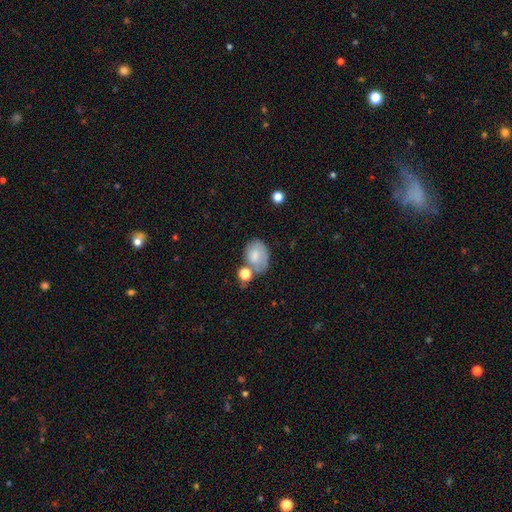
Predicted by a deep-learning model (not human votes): This appears to be a smooth galaxy with no disk features (71%) that is in between round and cigar-shaped (70%). Merging: none (42%).